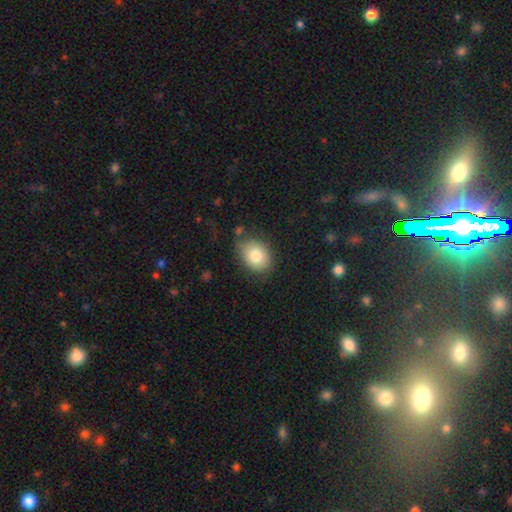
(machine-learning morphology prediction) Smooth or featured? Predicted: smooth (p=0.81). How rounded? Predicted: in between (p=0.63). Merging? Predicted: none (p=0.75).